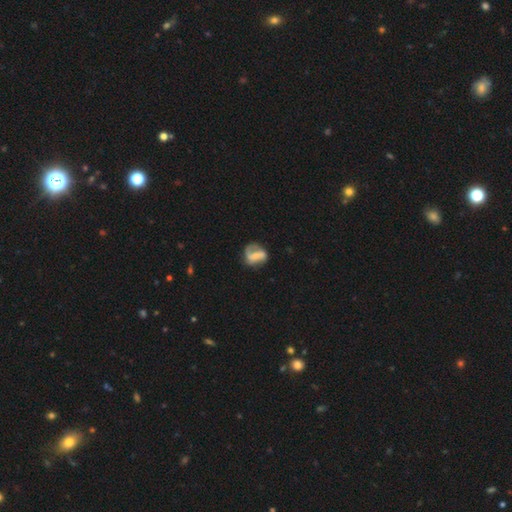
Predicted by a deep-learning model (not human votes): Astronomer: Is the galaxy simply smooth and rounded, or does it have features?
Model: featured or disk — 57% (runner-up: smooth, 35%).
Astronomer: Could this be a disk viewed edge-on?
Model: no — 97%.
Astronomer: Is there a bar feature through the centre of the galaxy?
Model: no — 43% (runner-up: weak, 32%).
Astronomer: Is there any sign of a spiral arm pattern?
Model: yes — 67%.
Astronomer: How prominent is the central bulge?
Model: small — 43% (runner-up: moderate, 26%).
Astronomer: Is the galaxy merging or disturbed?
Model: none — 46% (runner-up: minor disturbance, 24%).